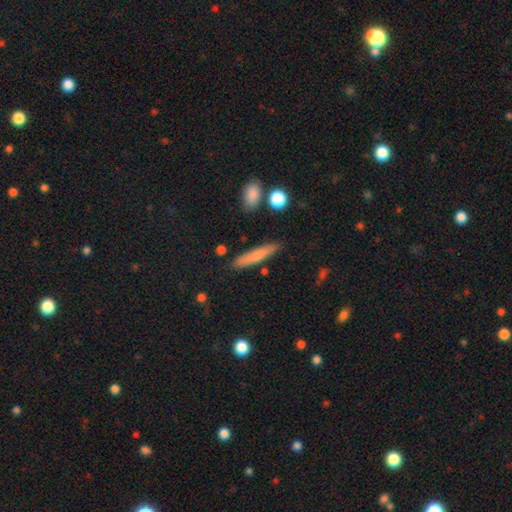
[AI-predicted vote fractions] Smooth or featured? smooth (73%)
How rounded? cigar-shaped (90%)
Merging? none (86%)